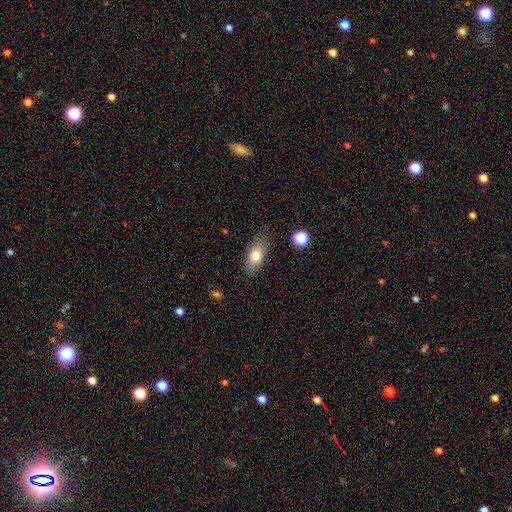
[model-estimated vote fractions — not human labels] This is likely a smooth galaxy (76%). How rounded: clearly in between (84%). Merging: clearly none (80%).